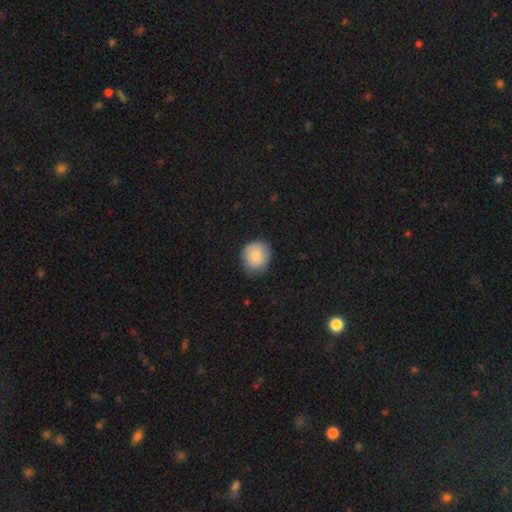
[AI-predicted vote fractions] This is clearly a smooth galaxy (85%). How rounded: likely round (75%). Merging: likely none (76%).